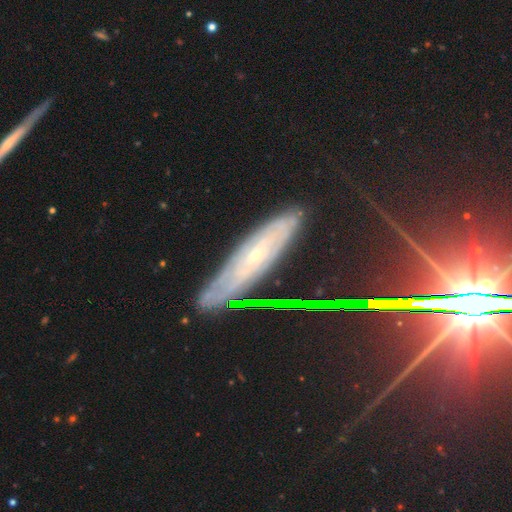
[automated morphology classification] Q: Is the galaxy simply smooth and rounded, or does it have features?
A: featured or disk — 68%.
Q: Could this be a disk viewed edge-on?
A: no — 57%.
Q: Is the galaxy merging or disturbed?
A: none — 80%.